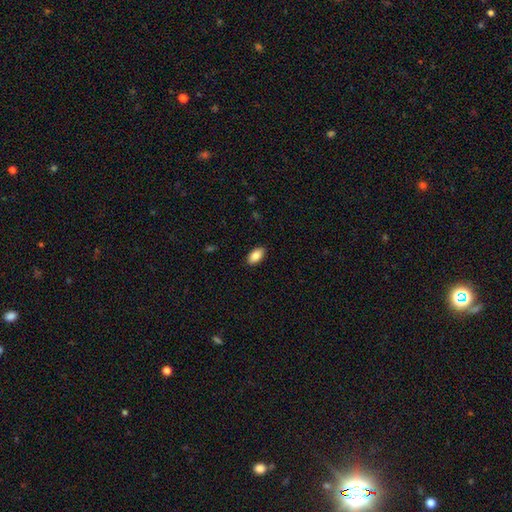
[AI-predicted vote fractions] Smooth or featured: smooth — 87% (star or artifact — 7%)
How rounded: in between — 94% (round — 4%)
Merging: none — 89% (minor disturbance — 8%)